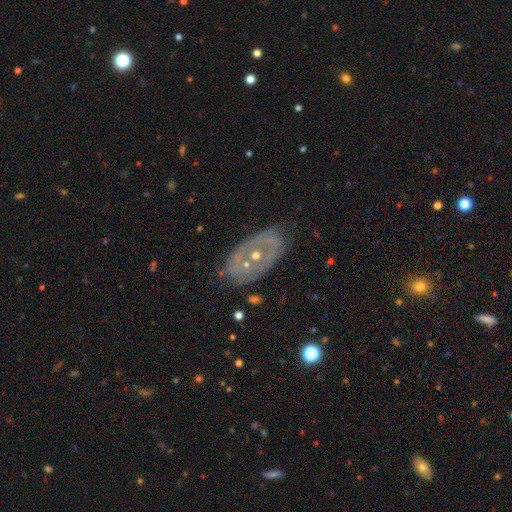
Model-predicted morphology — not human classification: Smooth or featured? featured or disk (71%)
Edge-on disk? no (93%)
Bar? no (84%)
Spiral arms? no (60%)
Bulge size? small (57%)
Merging? none (58%)